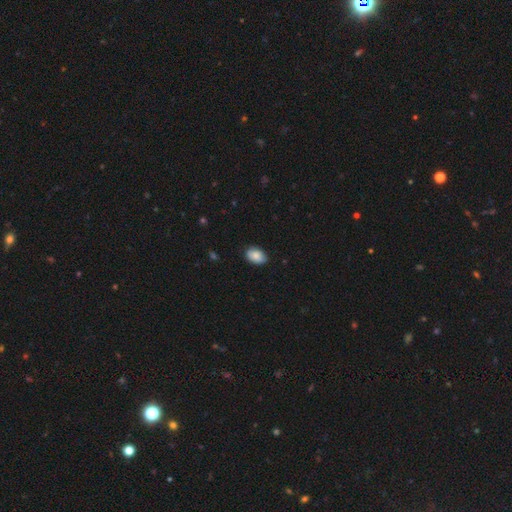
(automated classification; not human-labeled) Overall: smooth (84%). How rounded: in between (88%). Merging: none (81%).